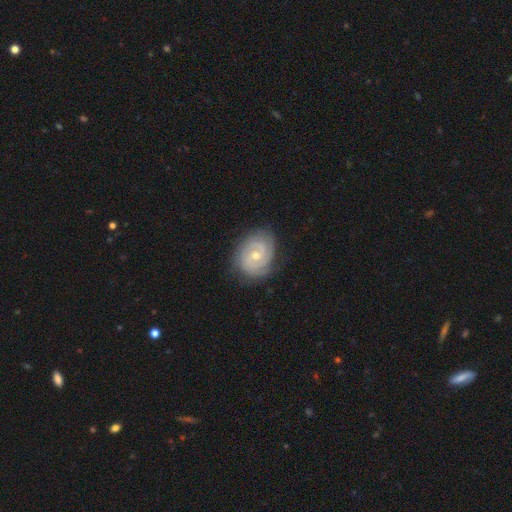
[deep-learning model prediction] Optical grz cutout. It shows a featured or disk galaxy (86%) with no bar (58%), 2 (59%) tight (71%) spiral arms (97%) and a moderate central bulge (49%). Merging: none (80%).